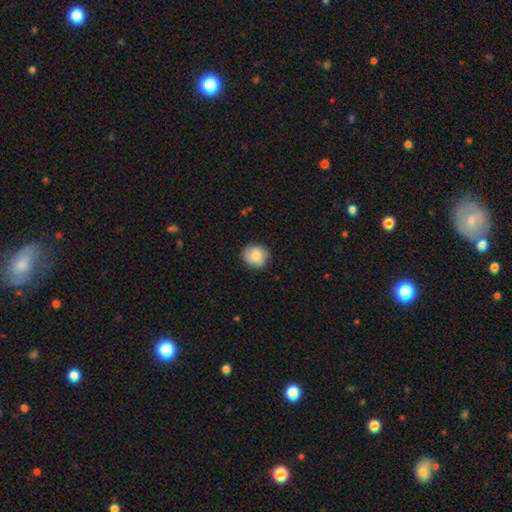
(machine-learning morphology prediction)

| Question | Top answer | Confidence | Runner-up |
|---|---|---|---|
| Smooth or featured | smooth | 76% | featured or disk (17%) |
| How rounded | round | 78% | in between (21%) |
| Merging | none | 81% | minor disturbance (15%) |